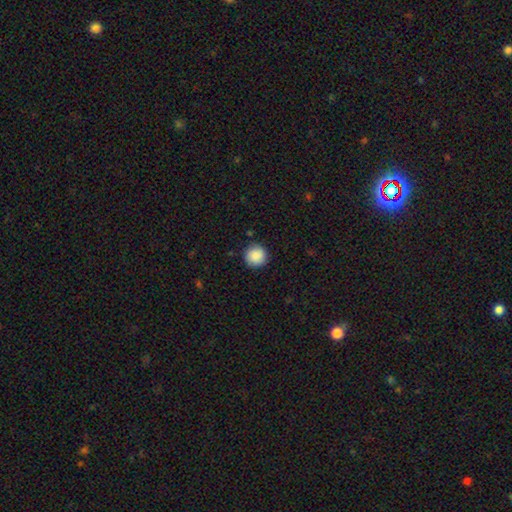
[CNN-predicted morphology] The model was most divided on "merging": none: 89%, minor disturbance: 8%, major disturbance: 2%, merger: 1%. More confident: how rounded — round (95%); smooth or featured — smooth (88%).